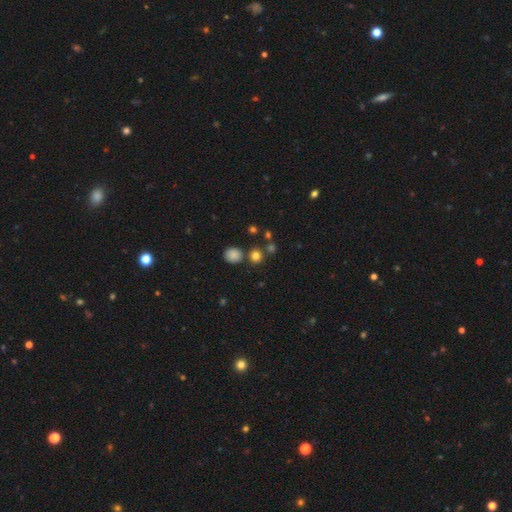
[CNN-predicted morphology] type=smooth (79%); roundness=round (89%); merging=none (75%).